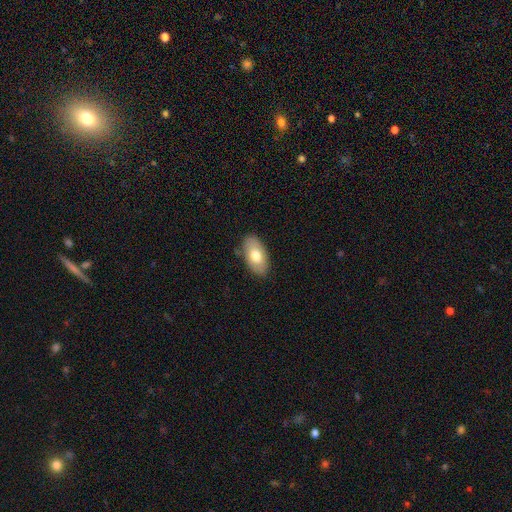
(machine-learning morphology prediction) Overall: smooth (73%). How rounded: in between (94%). Merging: none (83%).